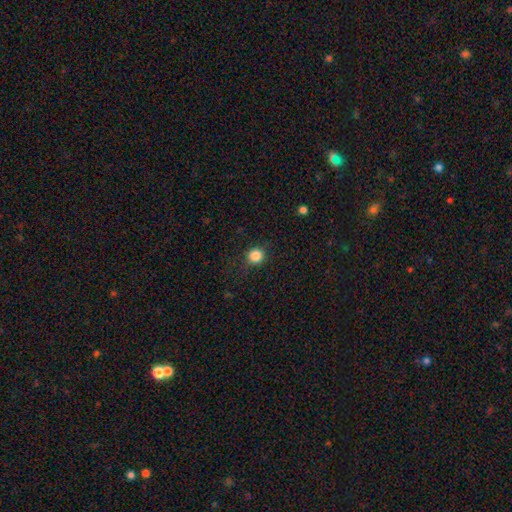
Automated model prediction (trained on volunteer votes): Smooth or featured? Predicted: smooth (p=0.85). How rounded? Predicted: round (p=0.92). Merging? Predicted: none (p=0.87).